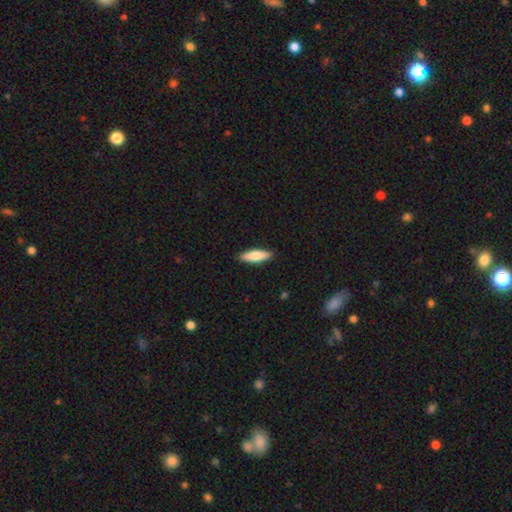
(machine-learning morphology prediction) Smooth or featured? smooth (74%)
How rounded? cigar-shaped (56%)
Merging? none (90%)